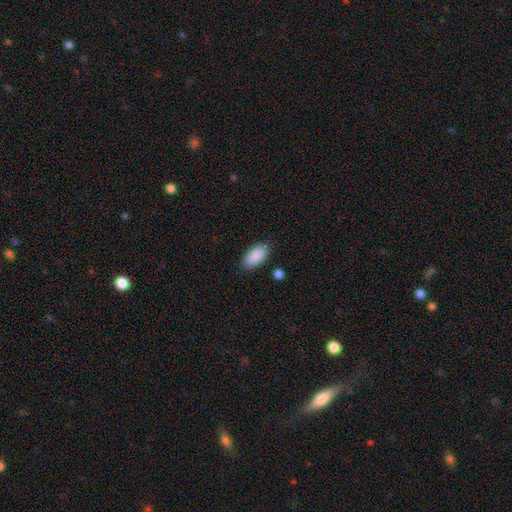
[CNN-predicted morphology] Smooth or featured: smooth — 90% (star or artifact — 6%)
How rounded: in between — 93% (cigar-shaped — 5%)
Merging: none — 85% (minor disturbance — 11%)